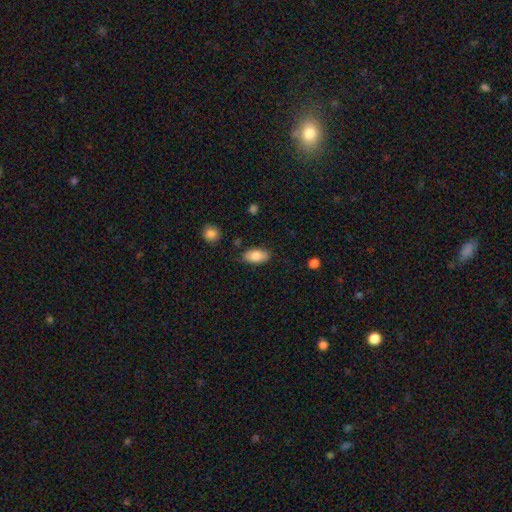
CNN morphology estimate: smooth-or-featured: smooth: 83% | featured or disk: 10% | star or artifact: 7%
  how-rounded: in between: 92% | cigar-shaped: 5% | round: 4%
  merging: none: 80% | minor disturbance: 14% | major disturbance: 3% | merger: 2%